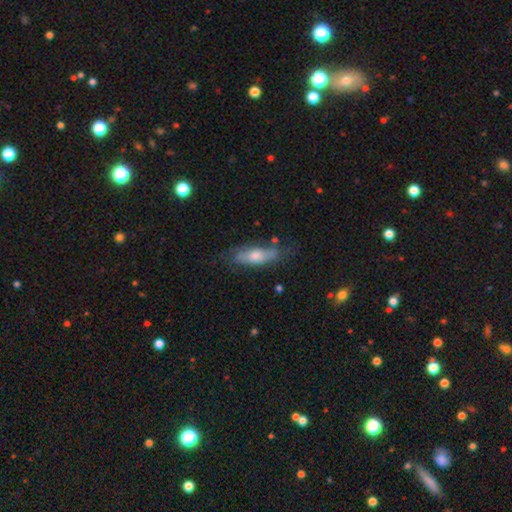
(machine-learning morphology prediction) Smooth or featured? Predicted: smooth (p=0.52). How rounded? Predicted: in between (p=0.58). Merging? Predicted: none (p=0.59).